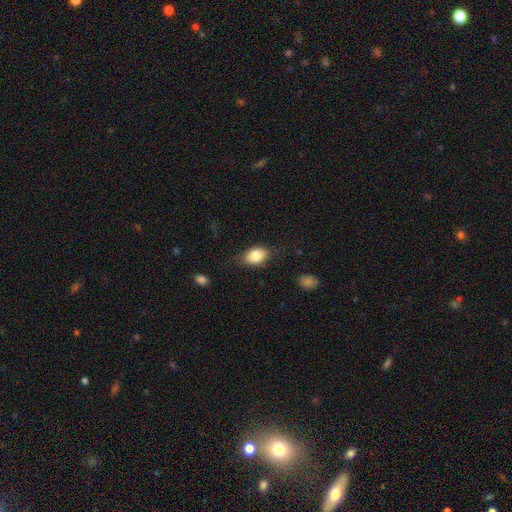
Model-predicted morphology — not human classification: Smooth or featured? smooth (82%)
How rounded? in between (81%)
Merging? none (76%)